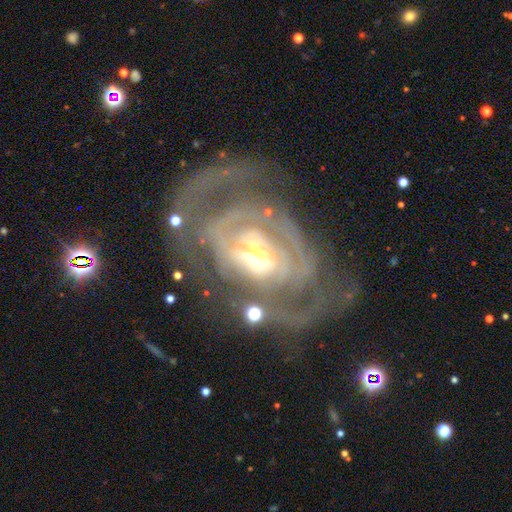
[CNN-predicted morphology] smooth-or-featured: featured or disk: 83% | smooth: 9% | star or artifact: 8%
  disk-edge-on: no: 96% | yes: 4%
    bar: no: 42% | weak: 36% | strong: 22%
    has-spiral-arms: yes: 80% | no: 20%
      spiral-winding: tight: 44% | medium: 37% | loose: 19%
      spiral-arm-count: can't tell: 36% | 2: 28% | 3: 13% | 1: 10% | 4: 7% | more than 4: 6%
    bulge-size: moderate: 42% | small: 36% | large: 14% | none: 6% | dominant: 3%
  merging: major disturbance: 41% | none: 35% | minor disturbance: 16% | merger: 8%